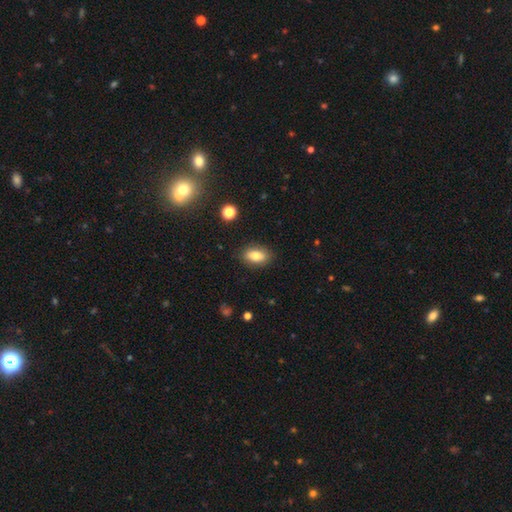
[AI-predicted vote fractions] Smooth or featured: smooth — 82% (featured or disk — 10%)
How rounded: in between — 88% (round — 8%)
Merging: none — 87% (minor disturbance — 10%)